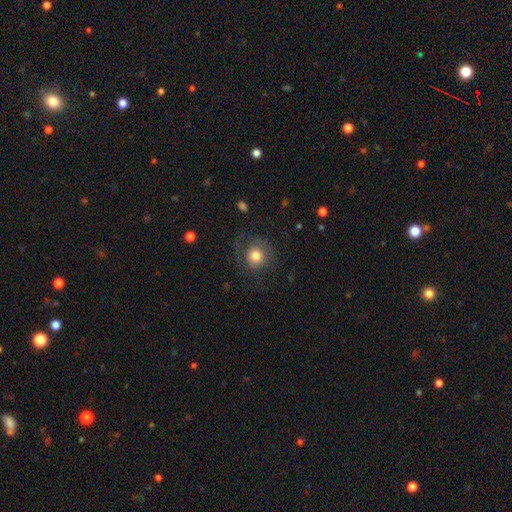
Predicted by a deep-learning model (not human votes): The model was most divided on "smooth or featured": smooth: 63%, featured or disk: 27%, star or artifact: 9%. More confident: how rounded — round (89%); merging — none (65%).